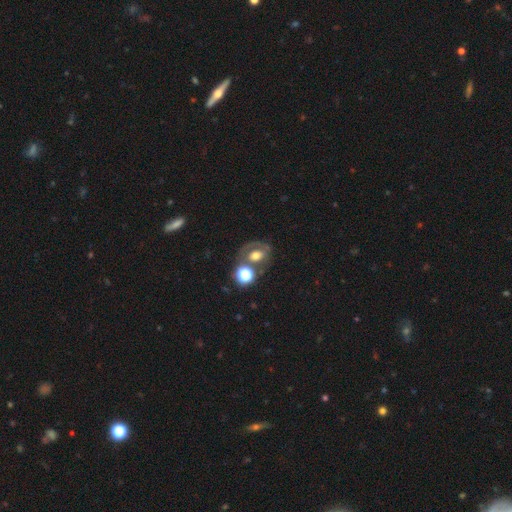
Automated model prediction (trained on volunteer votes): Smooth or featured? Predicted: featured or disk (p=0.45). Merging? Predicted: none (p=0.49).